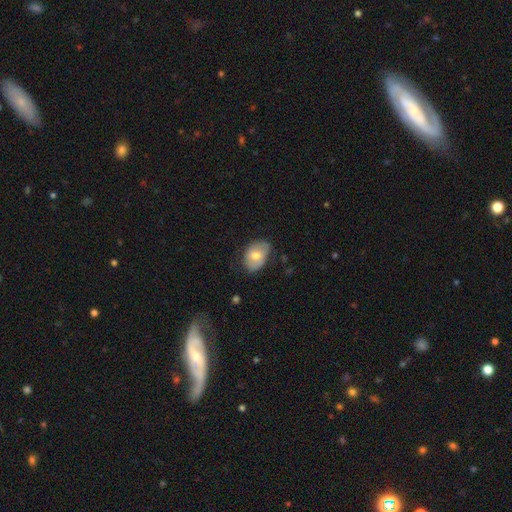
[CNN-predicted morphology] A smooth galaxy with no disk features (69%) that is in between round and cigar-shaped (82%). Merging: none (64%).